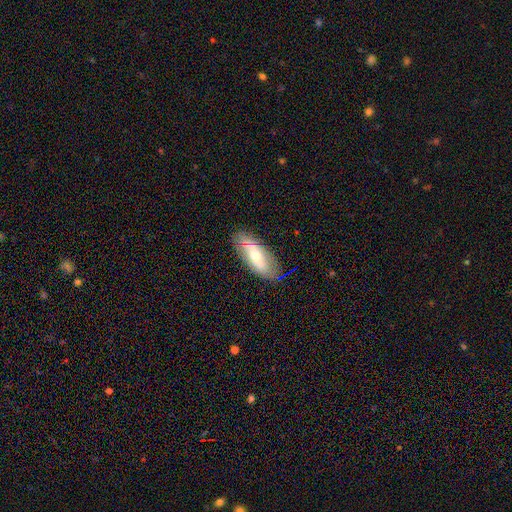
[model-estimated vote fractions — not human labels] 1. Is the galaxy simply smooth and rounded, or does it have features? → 47% smooth, 46% featured or disk, 7% star or artifact.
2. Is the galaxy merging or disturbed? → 74% none, 18% minor disturbance, 5% major disturbance, 3% merger.